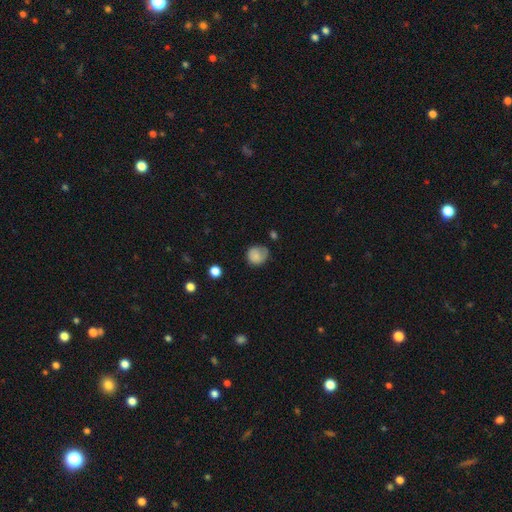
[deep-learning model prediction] Smooth or featured? smooth (79%)
How rounded? round (79%)
Merging? none (58%)